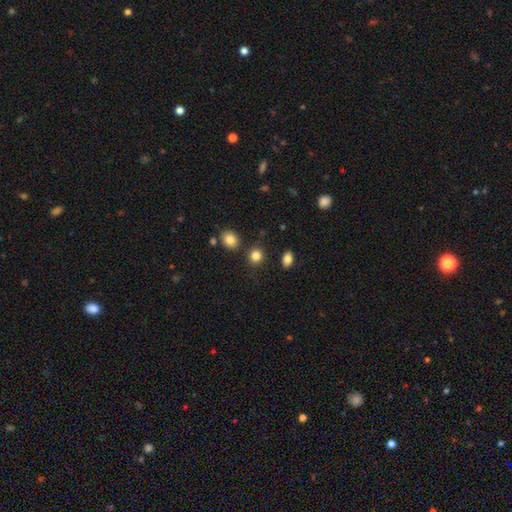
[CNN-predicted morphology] smooth_or_featured: smooth (p=0.84) [alt: star or artifact p=0.11]
how_rounded: round (p=0.79) [alt: in between p=0.20]
merging: none (p=0.83) [alt: minor disturbance p=0.08]